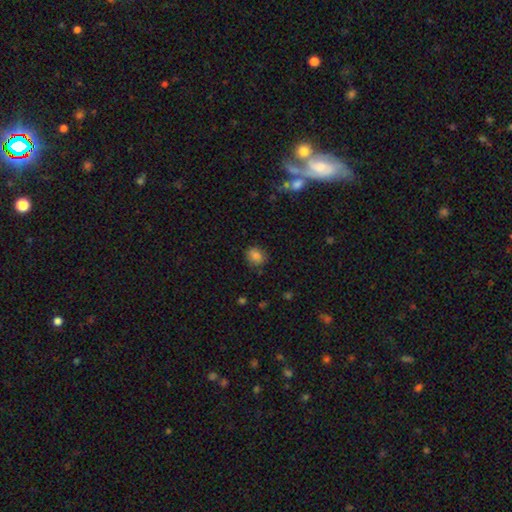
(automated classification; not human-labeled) Morphology: type=smooth (84%); roundness=round (64%); merging=none (85%).